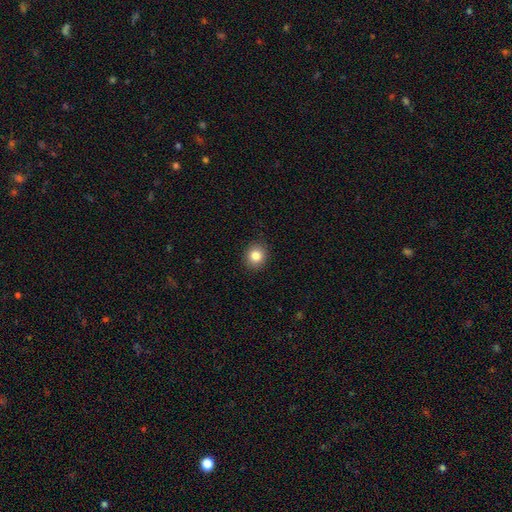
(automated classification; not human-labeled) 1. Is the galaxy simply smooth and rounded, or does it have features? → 84% smooth, 10% star or artifact, 6% featured or disk.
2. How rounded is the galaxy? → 81% round, 18% in between, 1% cigar-shaped.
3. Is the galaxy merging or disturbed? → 91% none, 7% minor disturbance, 2% major disturbance, 1% merger.